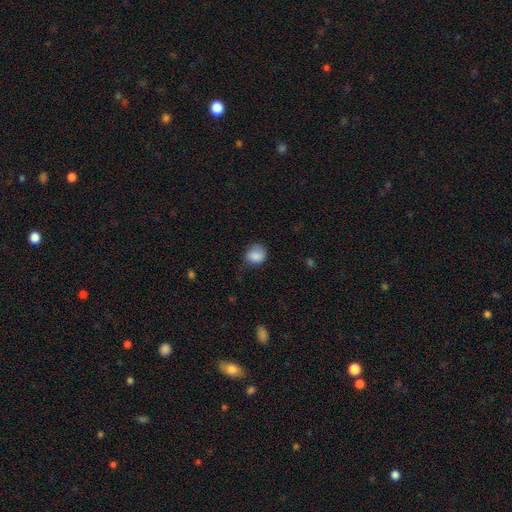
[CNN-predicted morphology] smooth-or-featured: smooth: 85% | star or artifact: 8% | featured or disk: 7%
  how-rounded: round: 69% | in between: 30% | cigar-shaped: 1%
  merging: none: 56% | minor disturbance: 31% | major disturbance: 11% | merger: 2%